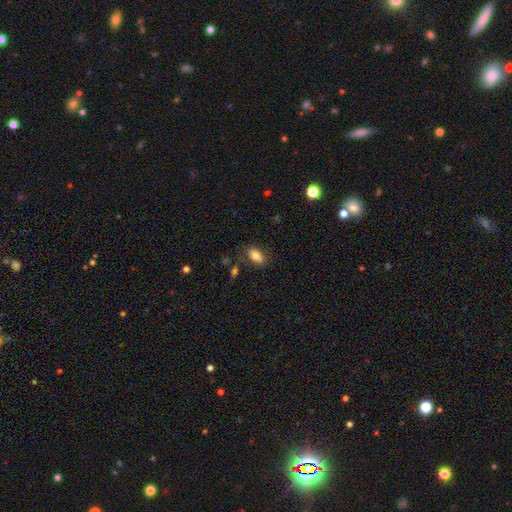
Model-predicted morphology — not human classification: Smooth or featured? Predicted: smooth (p=0.81). How rounded? Predicted: in between (p=0.90). Merging? Predicted: none (p=0.78).